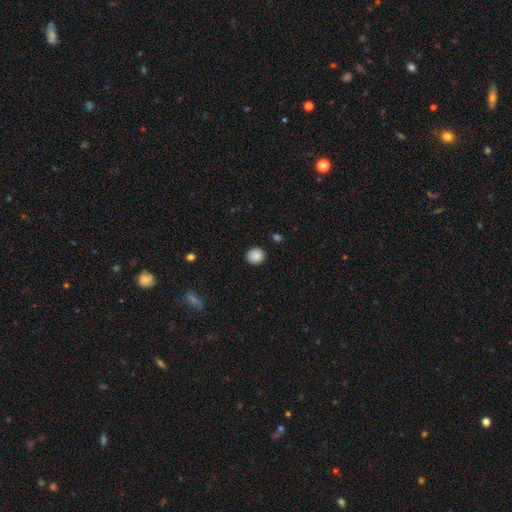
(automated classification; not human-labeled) This appears to be a smooth galaxy with no disk features (88%) that is round (79%). Merging: none (90%).